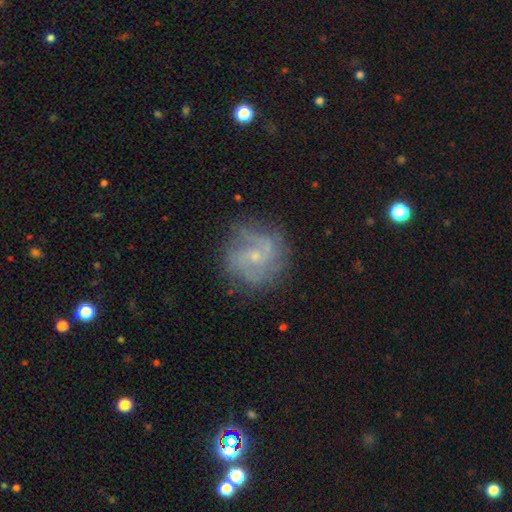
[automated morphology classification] A featured or disk galaxy (74%) with no bar (58%), 2 (40%) medium (45%) spiral arms (90%) and a small central bulge (75%).

Vote fractions:
- Smooth or featured? featured or disk: 74% / smooth: 17% / star or artifact: 9%
- Edge-on disk? no: 97% / yes: 3%
- Bar? no: 58% / weak: 36% / strong: 6%
- Spiral arms? yes: 90% / no: 10%
- Spiral winding? medium: 45% / tight: 33% / loose: 22%
- Spiral arm count? 2: 40% / can't tell: 27% / 3: 17% / 4: 6% / 1: 5% / more than 4: 4%
- Bulge size? small: 75% / moderate: 19% / none: 4% / large: 1% / dominant: 1%
- Merging? none: 74% / minor disturbance: 17% / major disturbance: 8% / merger: 2%